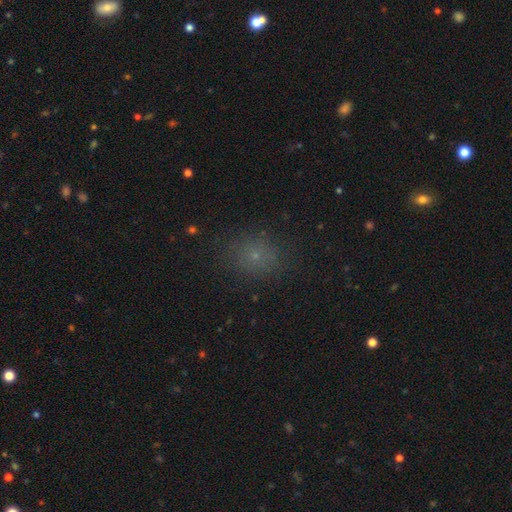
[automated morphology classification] Q: Smooth or featured?
A: smooth (67%); runner-up: star or artifact (24%)
Q: How rounded?
A: round (72%); runner-up: in between (27%)
Q: Merging?
A: none (84%); runner-up: minor disturbance (11%)